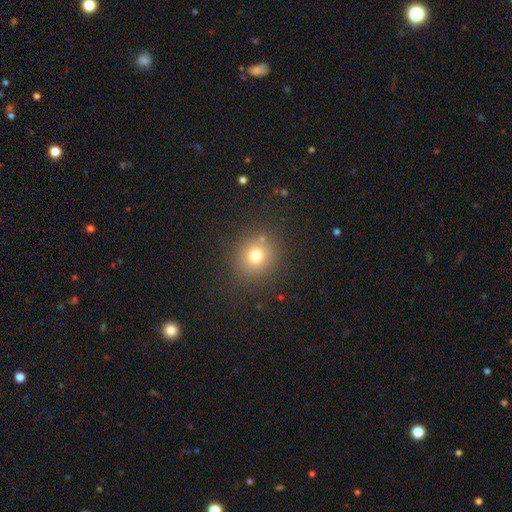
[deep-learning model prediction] smooth-or-featured: smooth: 73% | star or artifact: 17% | featured or disk: 10%
  how-rounded: round: 84% | in between: 15% | cigar-shaped: 1%
  merging: none: 84% | minor disturbance: 9% | major disturbance: 4% | merger: 3%